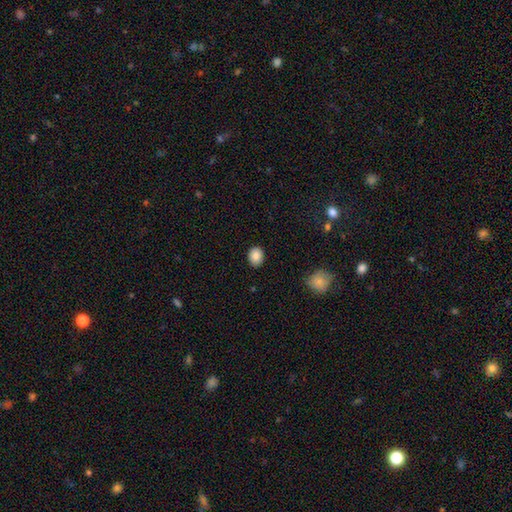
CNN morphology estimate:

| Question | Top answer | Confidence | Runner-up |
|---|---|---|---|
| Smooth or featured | smooth | 86% | star or artifact (9%) |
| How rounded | round | 50% | in between (49%) |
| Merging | none | 88% | minor disturbance (9%) |